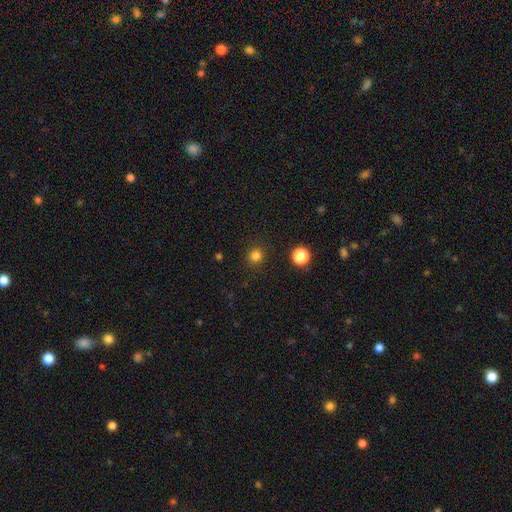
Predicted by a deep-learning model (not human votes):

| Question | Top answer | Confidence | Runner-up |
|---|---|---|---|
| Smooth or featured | smooth | 81% | star or artifact (15%) |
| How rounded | round | 92% | in between (7%) |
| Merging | none | 91% | minor disturbance (6%) |